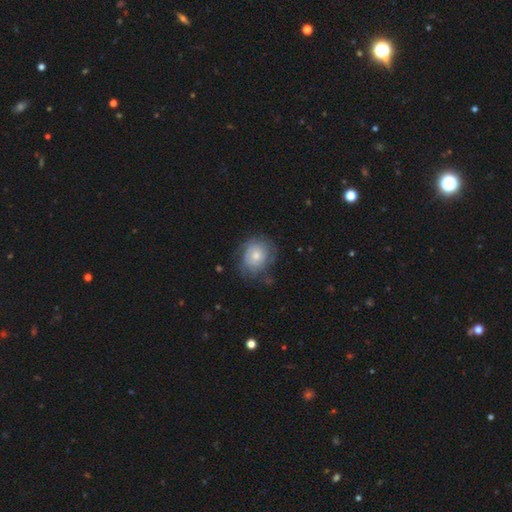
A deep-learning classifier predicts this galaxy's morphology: type=smooth (57%); roundness=round (70%); merging=none (60%).